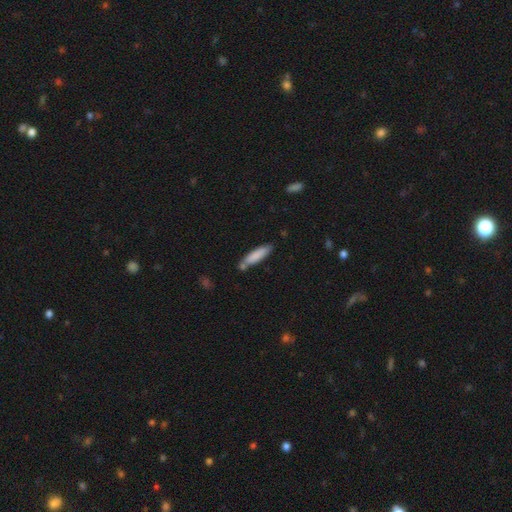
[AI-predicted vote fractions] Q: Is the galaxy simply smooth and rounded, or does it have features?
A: smooth — 82%.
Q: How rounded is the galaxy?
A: cigar-shaped — 72%.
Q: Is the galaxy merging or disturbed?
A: none — 65%.